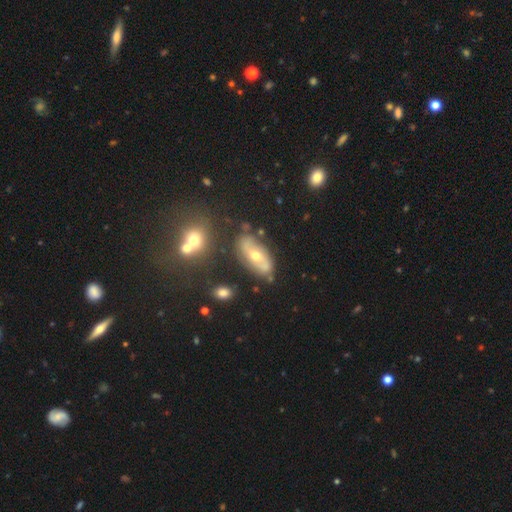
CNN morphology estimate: Smooth or featured? Predicted: featured or disk (p=0.62). Edge-on disk? Predicted: no (p=0.89). Bar? Predicted: no (p=0.56). Spiral arms? Predicted: yes (p=0.69). Bulge size? Predicted: moderate (p=0.68). Merging? Predicted: none (p=0.73).